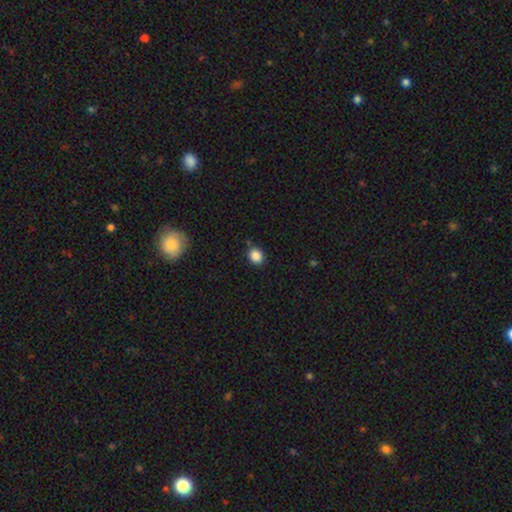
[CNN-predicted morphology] smooth 86%, star or artifact 10%, featured or disk 3%. Down the decision tree: how rounded — round (66%); merging — none (83%).